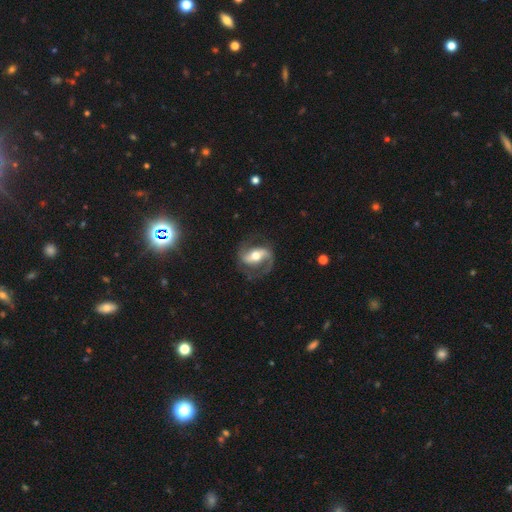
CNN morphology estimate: Smooth or featured?
  - featured or disk: 85% *
  - smooth: 10%
  - star or artifact: 5%
Edge-on disk?
  - no: 96% *
  - yes: 4%
Bar?
  - strong: 47% *
  - weak: 33%
  - no: 21%
Spiral arms?
  - yes: 94% *
  - no: 6%
Spiral winding?
  - medium: 51% *
  - loose: 33%
  - tight: 17%
Spiral arm count?
  - 2: 88% *
  - 1: 6%
  - can't tell: 3%
  - 3: 1%
  - 4: 1%
  - more than 4: 1%
Bulge size?
  - moderate: 70% *
  - small: 15%
  - large: 13%
  - dominant: 1%
  - none: 1%
Merging?
  - none: 74% *
  - minor disturbance: 14%
  - major disturbance: 11%
  - merger: 1%